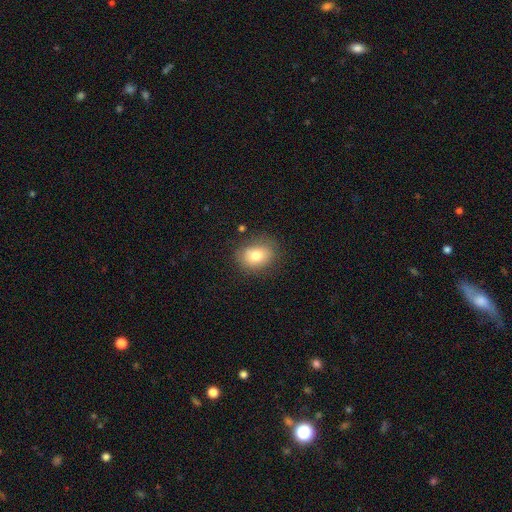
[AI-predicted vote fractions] Overall: smooth (77%). How rounded: in between (58%; round 41%). Merging: none (77%).